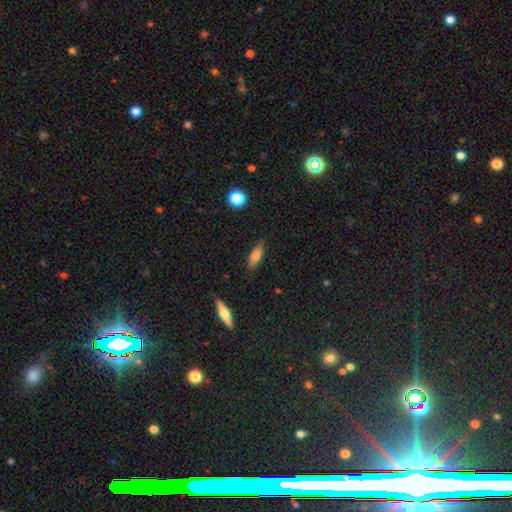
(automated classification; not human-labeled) smooth 74%, featured or disk 18%, star or artifact 8%. Down the decision tree: how rounded — in between (58%); merging — none (83%).